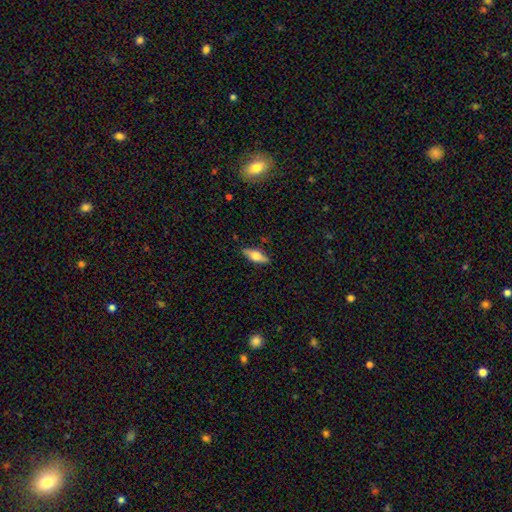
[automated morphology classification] smooth-or-featured: smooth: 50% | featured or disk: 43% | star or artifact: 7%
  merging: none: 86% | minor disturbance: 10% | major disturbance: 2% | merger: 1%